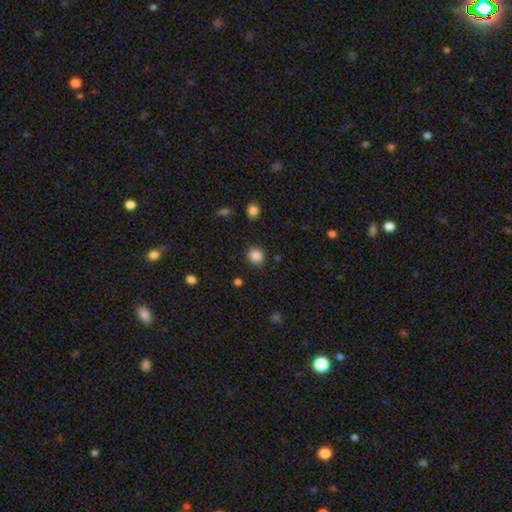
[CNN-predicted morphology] Overall: smooth (85%). How rounded: round (85%). Merging: none (88%).